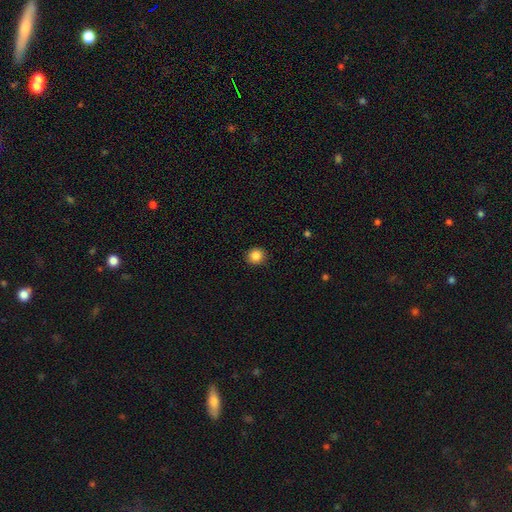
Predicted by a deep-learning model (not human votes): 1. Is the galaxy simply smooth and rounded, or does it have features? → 86% smooth, 10% star or artifact, 4% featured or disk.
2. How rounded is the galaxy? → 90% round, 9% in between, 1% cigar-shaped.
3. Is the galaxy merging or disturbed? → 92% none, 6% minor disturbance, 2% major disturbance, 1% merger.